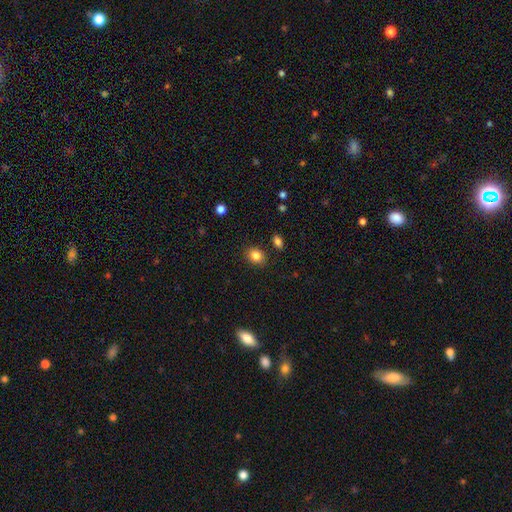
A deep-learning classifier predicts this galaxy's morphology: Smooth or featured? smooth (84%)
How rounded? in between (52%)
Merging? none (85%)